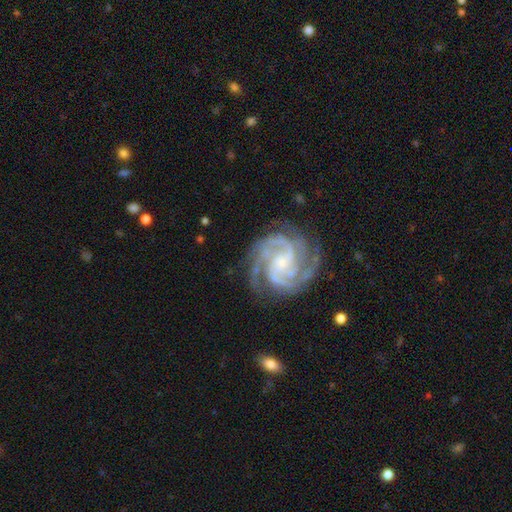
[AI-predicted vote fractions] This is clearly a featured or disk galaxy (89%). It is clearly not viewed edge-on (98%). Bar: marginally weak (42%). Spiral arm pattern: clearly yes (98%). Spiral arm count: marginally 3 (35%). Spiral winding: likely tight (66%). Central bulge: possibly small (53%). Merging: clearly none (80%).